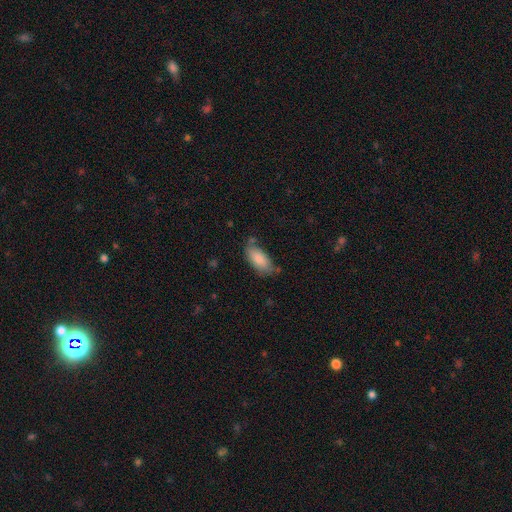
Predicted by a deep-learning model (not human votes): Morphology: type=smooth (81%); roundness=in between (88%); merging=none (65%).